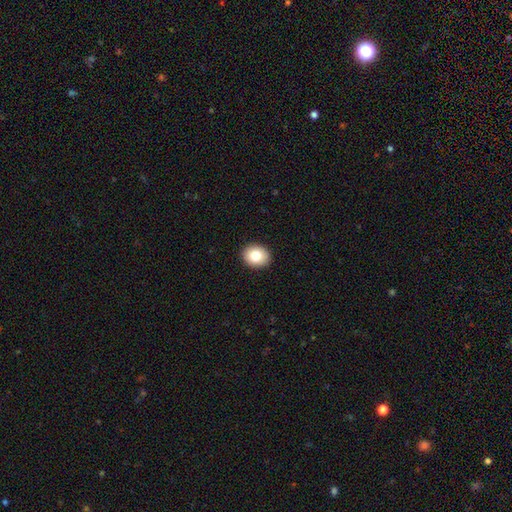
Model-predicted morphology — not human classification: Smooth or featured?
  - smooth: 81% *
  - featured or disk: 10%
  - star or artifact: 9%
How rounded?
  - round: 57% *
  - in between: 42%
  - cigar-shaped: 1%
Merging?
  - none: 92% *
  - minor disturbance: 6%
  - major disturbance: 2%
  - merger: 1%